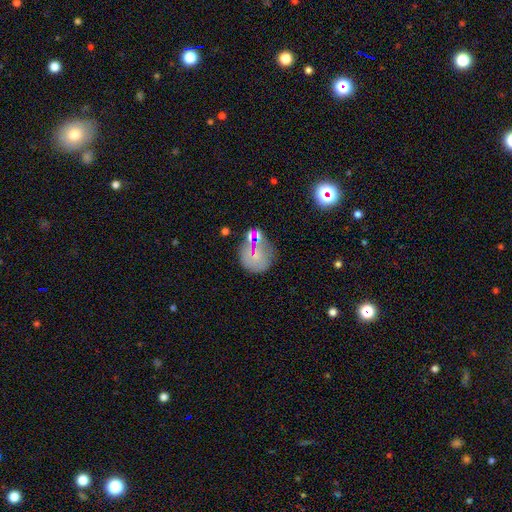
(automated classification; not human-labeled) smooth-or-featured: smooth: 63% | star or artifact: 19% | featured or disk: 18%
  how-rounded: round: 86% | in between: 12% | cigar-shaped: 1%
  merging: none: 65% | minor disturbance: 17% | merger: 9% | major disturbance: 9%